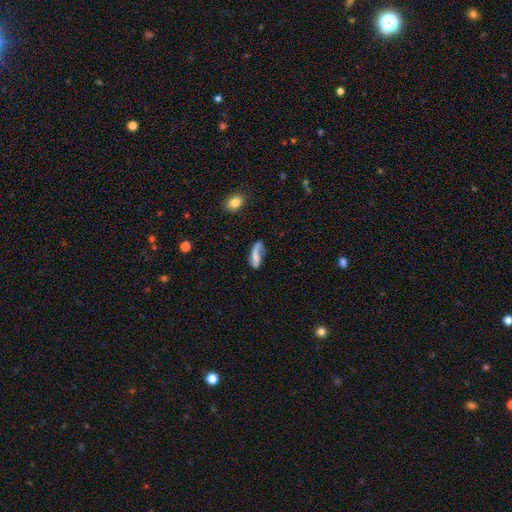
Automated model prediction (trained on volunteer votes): Smooth or featured: smooth — 49% (featured or disk — 42%)
Merging: none — 48% (minor disturbance — 27%)